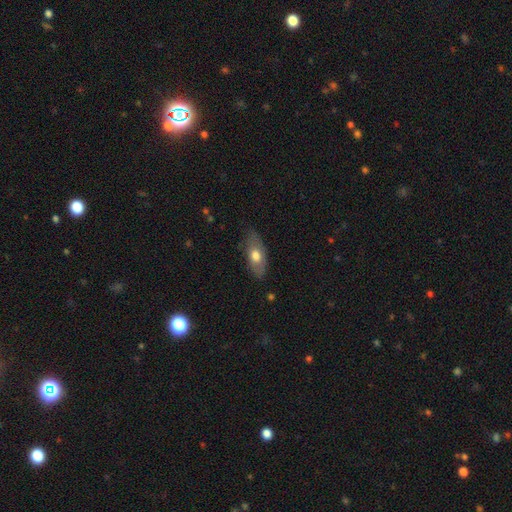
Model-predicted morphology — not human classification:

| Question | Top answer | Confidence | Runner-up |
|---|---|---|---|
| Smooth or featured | smooth | 62% | featured or disk (33%) |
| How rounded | in between | 84% | cigar-shaped (11%) |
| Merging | none | 74% | minor disturbance (20%) |